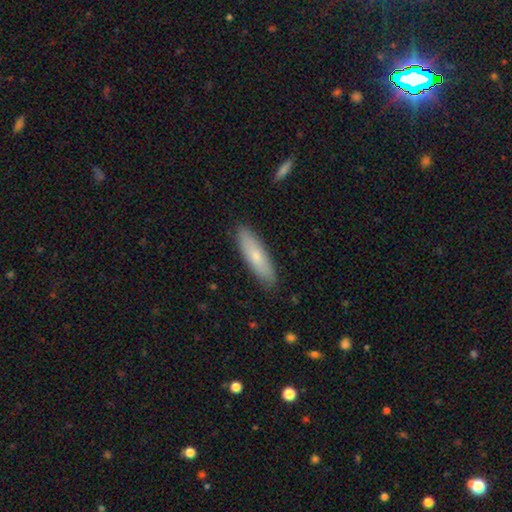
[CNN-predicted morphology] Smooth or featured? Predicted: smooth (p=0.71). How rounded? Predicted: cigar-shaped (p=0.65). Merging? Predicted: none (p=0.87).